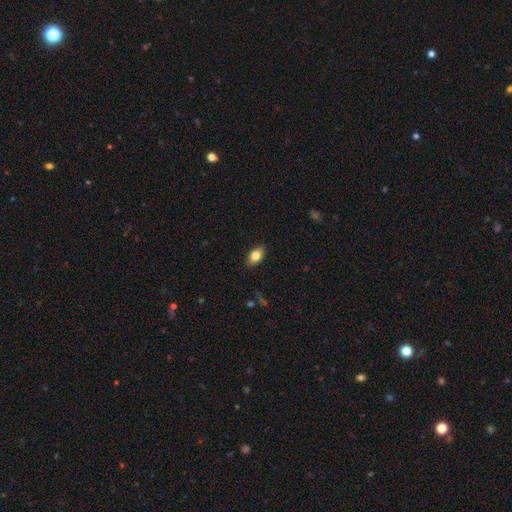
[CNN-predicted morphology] The model was most divided on "smooth or featured": smooth: 81%, featured or disk: 11%, star or artifact: 8%. More confident: how rounded — in between (88%); merging — none (87%).